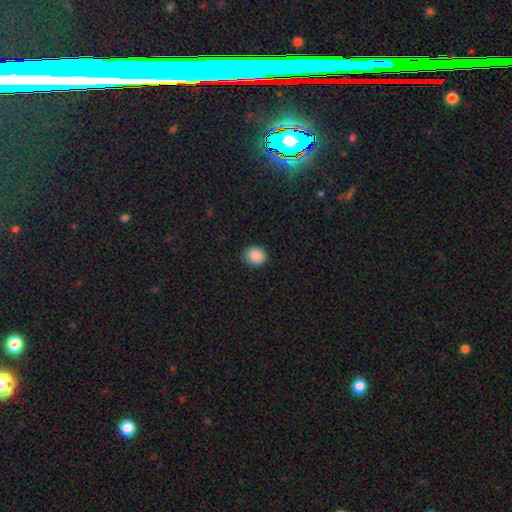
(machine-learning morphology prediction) A smooth galaxy with no disk features (88%) that is round (64%).

Vote fractions:
- Smooth or featured? smooth: 88% / star or artifact: 8% / featured or disk: 3%
- How rounded? round: 64% / in between: 35% / cigar-shaped: 1%
- Merging? none: 90% / minor disturbance: 8% / major disturbance: 2% / merger: 1%